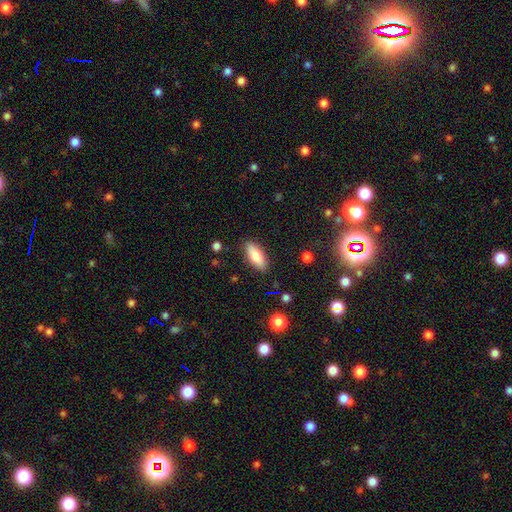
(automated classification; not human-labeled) Overall: smooth (81%). How rounded: in between (75%). Merging: none (87%).